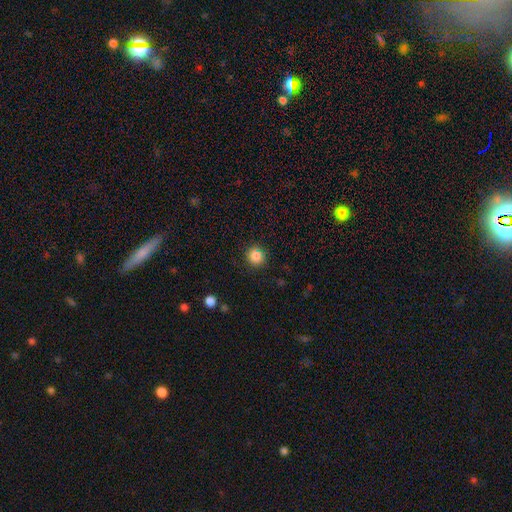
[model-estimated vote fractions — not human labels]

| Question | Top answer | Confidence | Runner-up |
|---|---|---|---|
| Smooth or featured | smooth | 85% | star or artifact (11%) |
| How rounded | round | 91% | in between (8%) |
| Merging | none | 91% | minor disturbance (6%) |